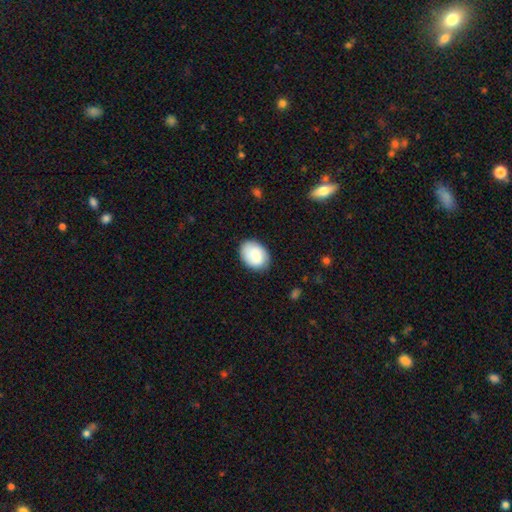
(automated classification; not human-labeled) smooth-or-featured: smooth: 80% | featured or disk: 13% | star or artifact: 6%
  how-rounded: in between: 76% | round: 24% | cigar-shaped: 1%
  merging: none: 81% | minor disturbance: 15% | major disturbance: 3% | merger: 1%